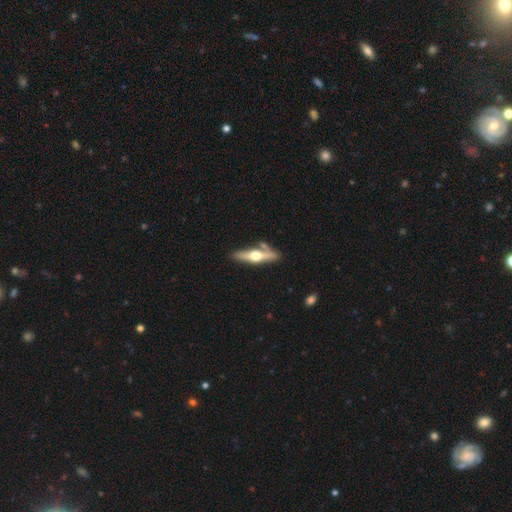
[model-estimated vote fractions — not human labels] featured or disk 65%, smooth 30%, star or artifact 5%. Down the decision tree: edge-on disk — yes (95%); edge-on bulge — rounded (95%); merging — none (76%).